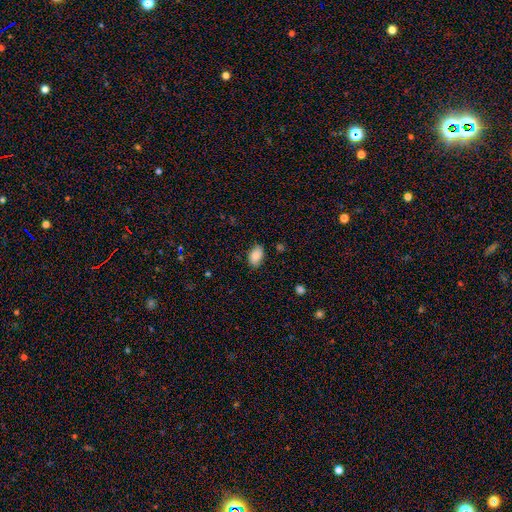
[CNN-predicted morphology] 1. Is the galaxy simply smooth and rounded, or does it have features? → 86% smooth, 7% star or artifact, 7% featured or disk.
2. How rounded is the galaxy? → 91% in between, 8% round, 1% cigar-shaped.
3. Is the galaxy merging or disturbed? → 81% none, 15% minor disturbance, 3% major disturbance, 1% merger.